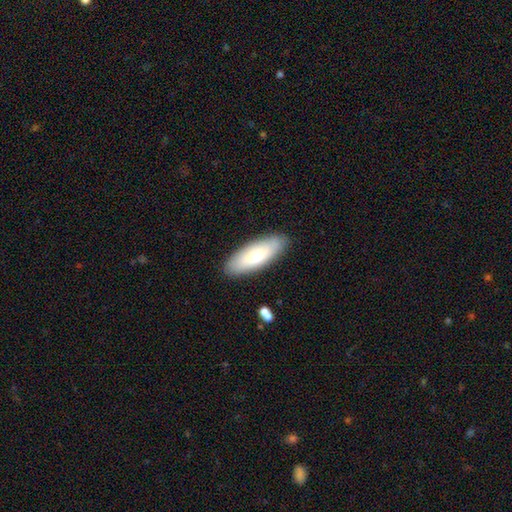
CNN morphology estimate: Smooth or featured?
  - smooth: 72% *
  - featured or disk: 22%
  - star or artifact: 6%
How rounded?
  - in between: 69% *
  - cigar-shaped: 30%
  - round: 2%
Merging?
  - none: 86% *
  - minor disturbance: 10%
  - major disturbance: 2%
  - merger: 1%